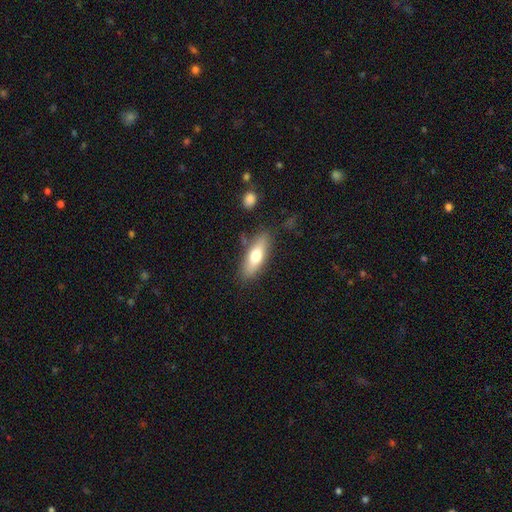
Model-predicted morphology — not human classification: smooth-or-featured: smooth: 66% | featured or disk: 28% | star or artifact: 6%
  how-rounded: in between: 59% | cigar-shaped: 39% | round: 3%
  merging: none: 79% | minor disturbance: 13% | merger: 4% | major disturbance: 3%